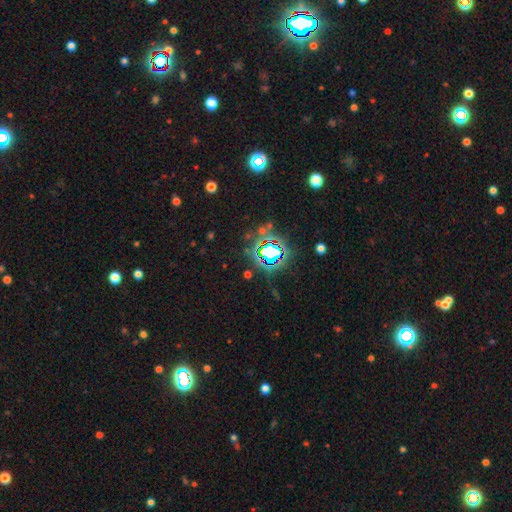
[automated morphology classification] Overall: star or artifact (81%).